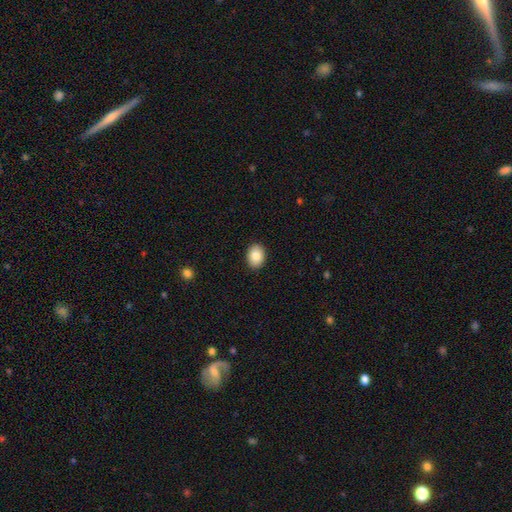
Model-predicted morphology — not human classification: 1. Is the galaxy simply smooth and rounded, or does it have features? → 87% smooth, 7% star or artifact, 6% featured or disk.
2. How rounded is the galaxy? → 71% in between, 29% round, 1% cigar-shaped.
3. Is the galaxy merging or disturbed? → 91% none, 7% minor disturbance, 2% major disturbance, 1% merger.